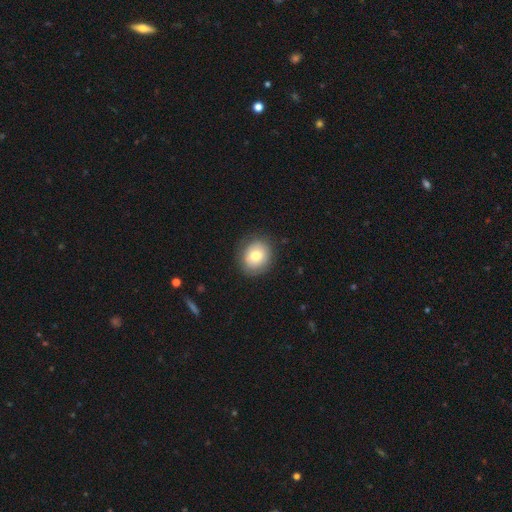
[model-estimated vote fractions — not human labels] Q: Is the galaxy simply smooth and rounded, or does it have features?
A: smooth — 76%.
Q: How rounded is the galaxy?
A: round — 68%.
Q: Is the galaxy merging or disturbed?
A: none — 85%.